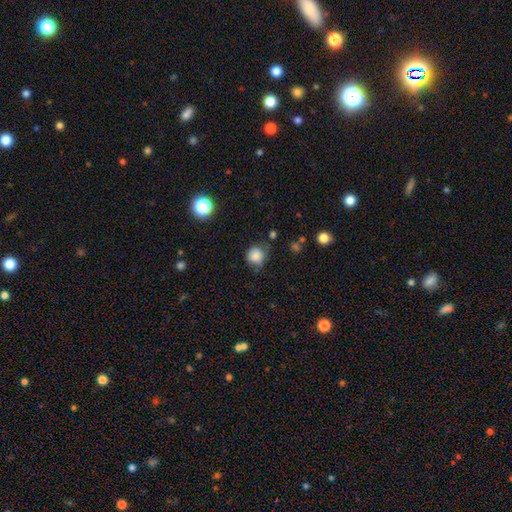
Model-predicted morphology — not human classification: smooth_or_featured: smooth (p=0.84) [alt: star or artifact p=0.11]
how_rounded: round (p=0.88) [alt: in between p=0.11]
merging: none (p=0.69) [alt: minor disturbance p=0.23]